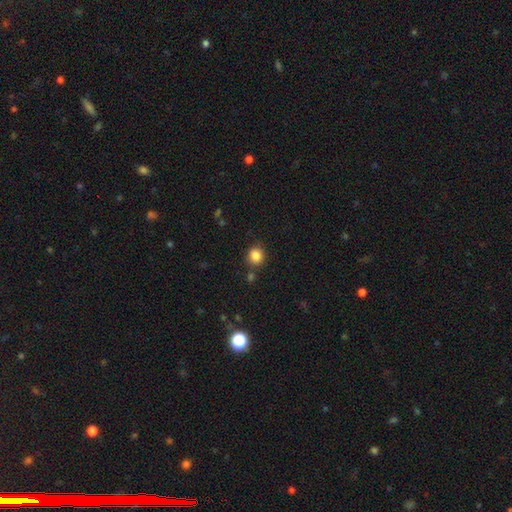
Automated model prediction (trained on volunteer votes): Q: Smooth or featured?
A: smooth (85%); runner-up: star or artifact (11%)
Q: How rounded?
A: round (81%); runner-up: in between (18%)
Q: Merging?
A: none (81%); runner-up: minor disturbance (10%)